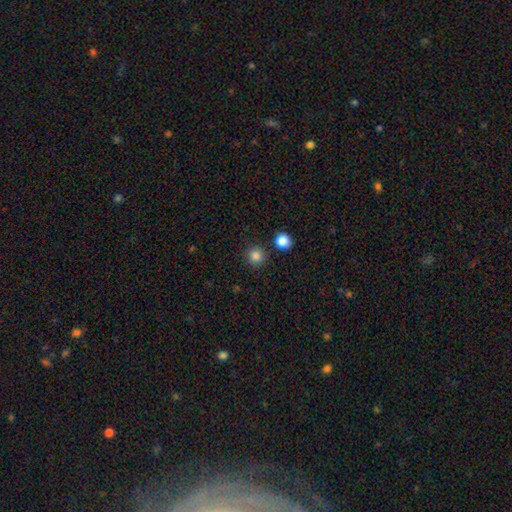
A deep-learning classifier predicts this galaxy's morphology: Smooth or featured? smooth (84%)
How rounded? round (93%)
Merging? none (87%)